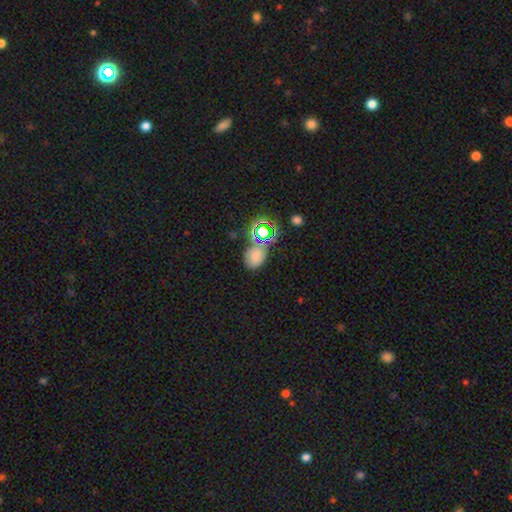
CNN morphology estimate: A smooth galaxy with no disk features (63%) that is in between round and cigar-shaped (60%). Merging: none (62%).